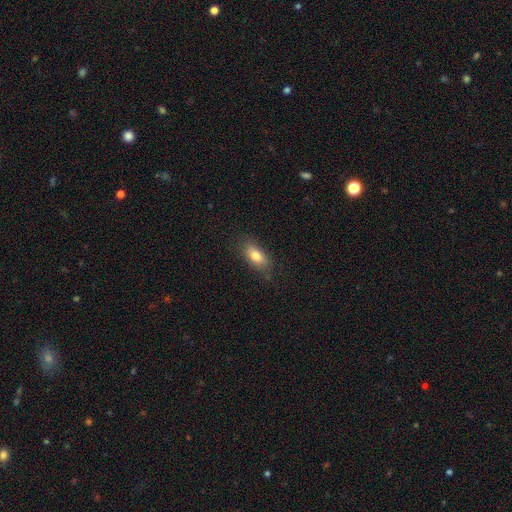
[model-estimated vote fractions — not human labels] A smooth galaxy with no disk features (78%) that is in between round and cigar-shaped (82%). Merging: none (80%).